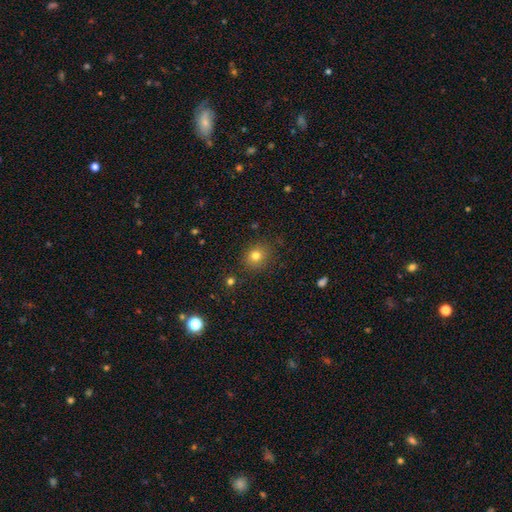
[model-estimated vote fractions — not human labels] smooth 79%, star or artifact 14%, featured or disk 7%. Down the decision tree: how rounded — round (81%); merging — none (87%).